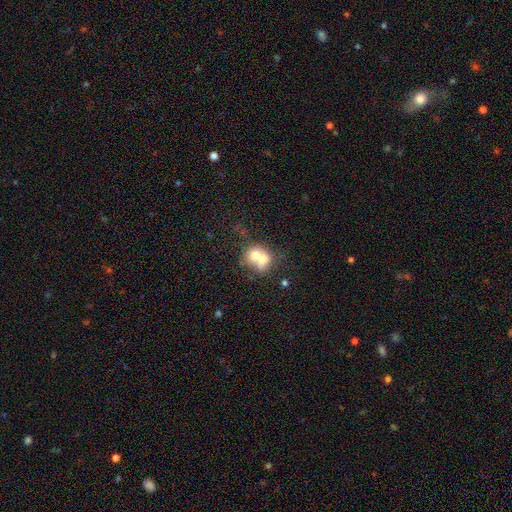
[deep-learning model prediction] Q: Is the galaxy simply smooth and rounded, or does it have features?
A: smooth — 65%.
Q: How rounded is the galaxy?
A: round — 66%.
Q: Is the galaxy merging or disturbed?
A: merger — 69%.